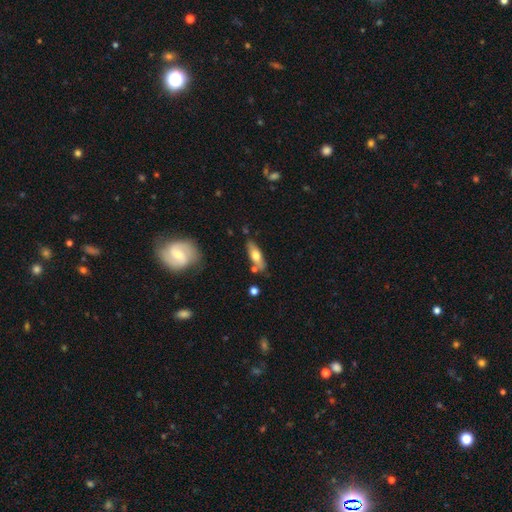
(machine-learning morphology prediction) This is possibly a smooth galaxy (58%). How rounded: possibly in between (56%). Merging: likely none (72%).